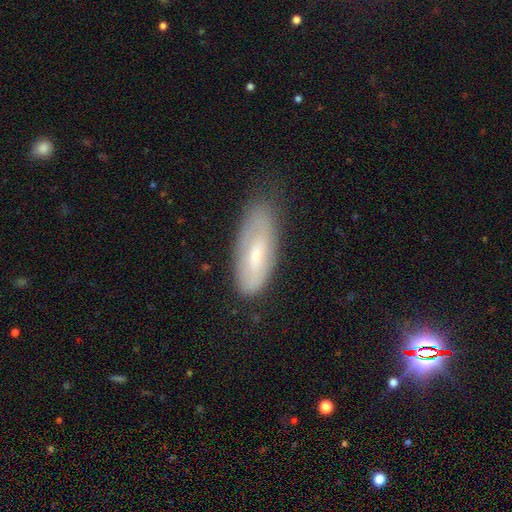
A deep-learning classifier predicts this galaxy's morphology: smooth_or_featured: smooth (p=0.55) [alt: featured or disk p=0.38]
how_rounded: in between (p=0.70) [alt: cigar-shaped p=0.28]
merging: none (p=0.62) [alt: minor disturbance p=0.28]